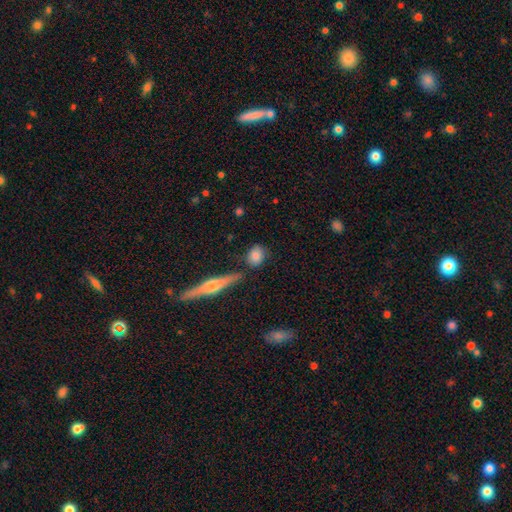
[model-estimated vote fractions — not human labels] A smooth galaxy with no disk features (81%) that is in between round and cigar-shaped (51%). Merging: none (70%).